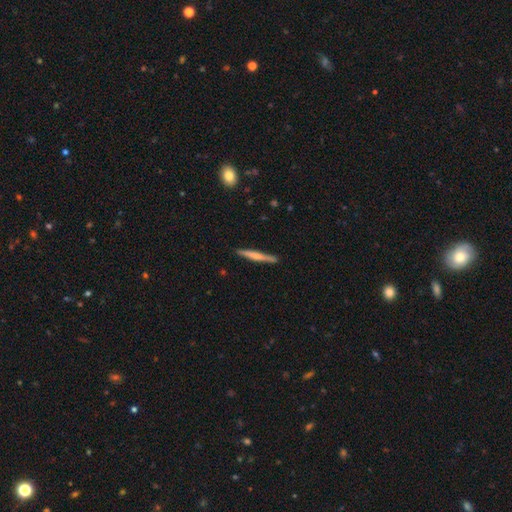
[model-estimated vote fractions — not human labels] A smooth galaxy with no disk features (50%).

Vote fractions:
- Smooth or featured? smooth: 50% / featured or disk: 45% / star or artifact: 5%
- Merging? none: 90% / minor disturbance: 7% / major disturbance: 1% / merger: 1%